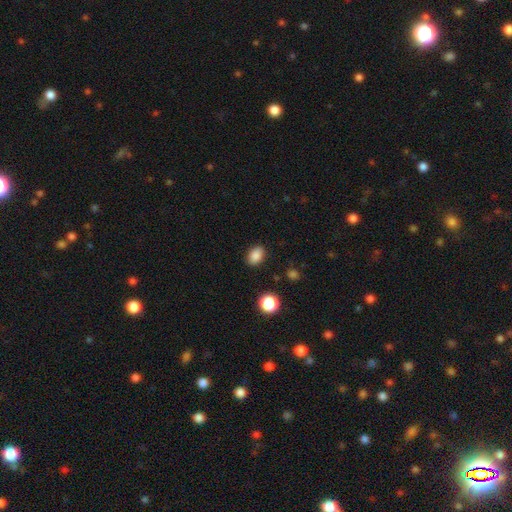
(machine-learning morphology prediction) Smooth or featured?
  - smooth: 86% *
  - star or artifact: 10%
  - featured or disk: 4%
How rounded?
  - in between: 74% *
  - round: 25%
  - cigar-shaped: 1%
Merging?
  - none: 87% *
  - minor disturbance: 9%
  - major disturbance: 3%
  - merger: 2%